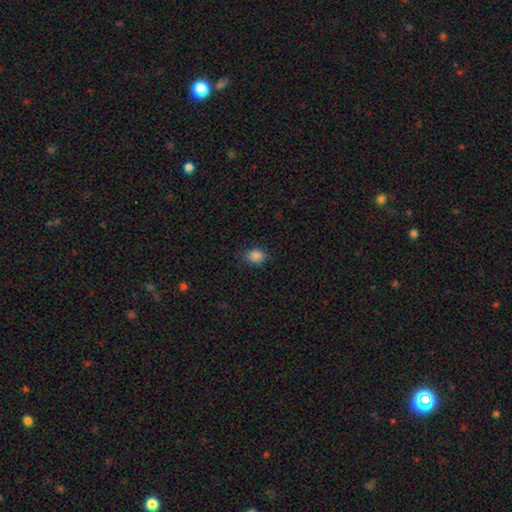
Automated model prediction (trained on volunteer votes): A smooth galaxy with no disk features (86%) that is in between round and cigar-shaped (65%).

Vote fractions:
- Smooth or featured? smooth: 86% / star or artifact: 11% / featured or disk: 3%
- How rounded? in between: 65% / round: 34% / cigar-shaped: 1%
- Merging? none: 82% / minor disturbance: 14% / major disturbance: 3% / merger: 1%